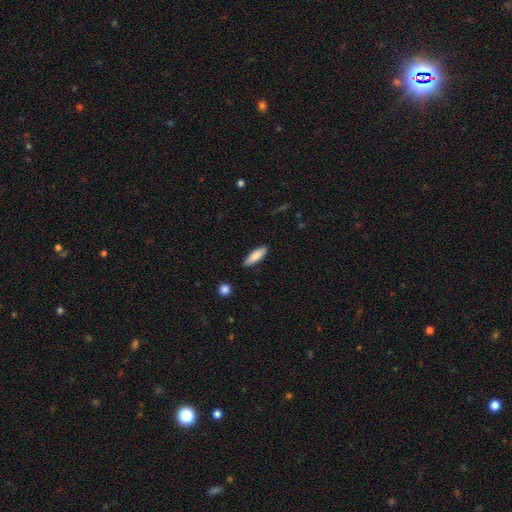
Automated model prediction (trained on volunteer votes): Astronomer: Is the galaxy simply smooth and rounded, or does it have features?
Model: smooth — 83%.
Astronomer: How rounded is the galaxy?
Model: cigar-shaped — 53% (runner-up: in between, 45%).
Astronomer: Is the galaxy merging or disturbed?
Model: none — 87%.